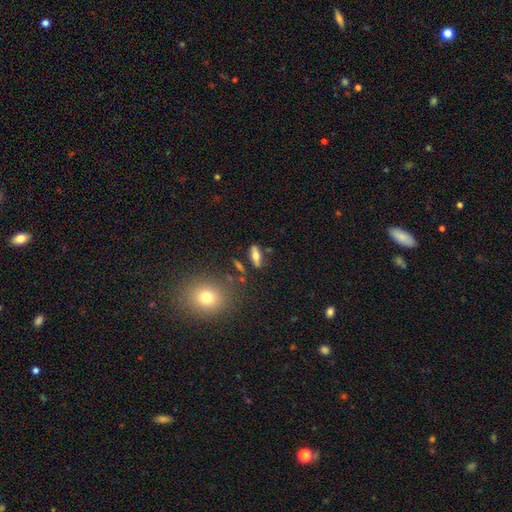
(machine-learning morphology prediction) This is possibly a smooth galaxy (56%). How rounded: likely in between (61%). Merging: clearly none (81%).